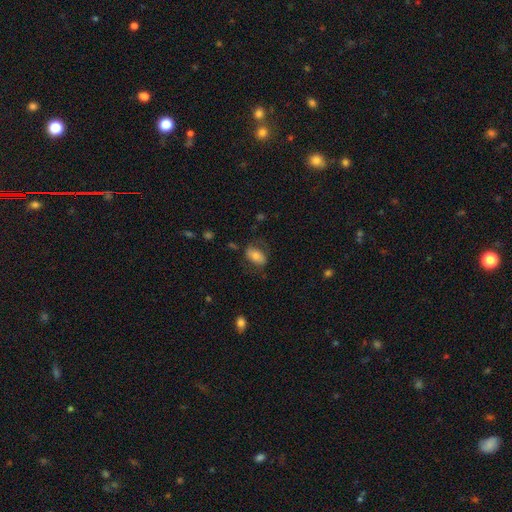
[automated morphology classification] Smooth or featured: smooth — 68% (featured or disk — 25%)
How rounded: in between — 90% (round — 7%)
Merging: none — 65% (minor disturbance — 21%)